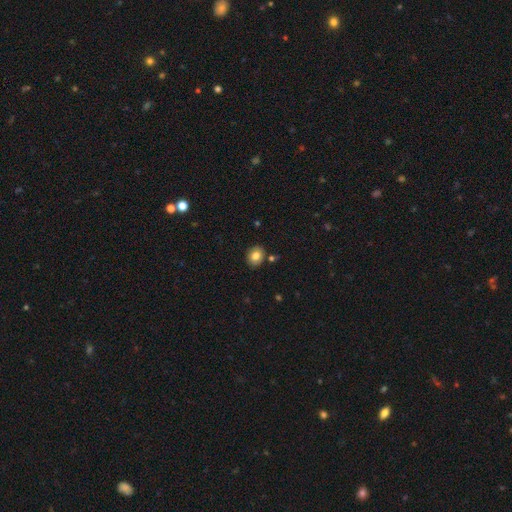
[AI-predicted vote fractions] A smooth galaxy with no disk features (79%) that is round (59%). Merging: none (84%).